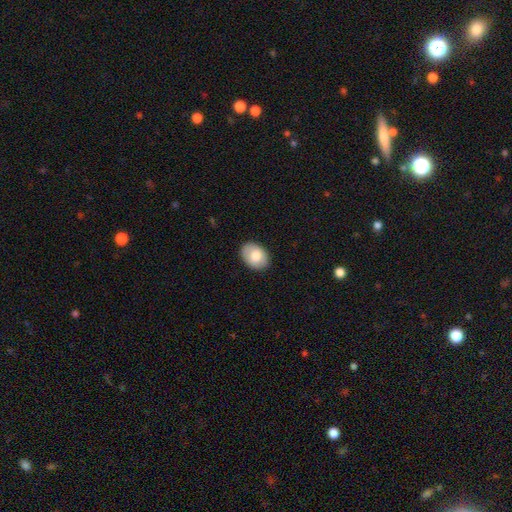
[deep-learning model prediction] Morphology: type=smooth (78%); roundness=in between (76%); merging=none (88%).